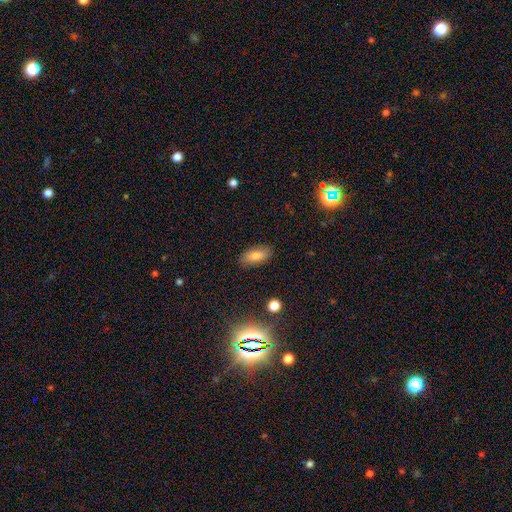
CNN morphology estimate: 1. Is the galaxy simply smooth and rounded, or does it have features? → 76% smooth, 15% featured or disk, 10% star or artifact.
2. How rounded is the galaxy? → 87% in between, 9% cigar-shaped, 4% round.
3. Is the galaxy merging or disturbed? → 86% none, 10% minor disturbance, 2% major disturbance, 1% merger.